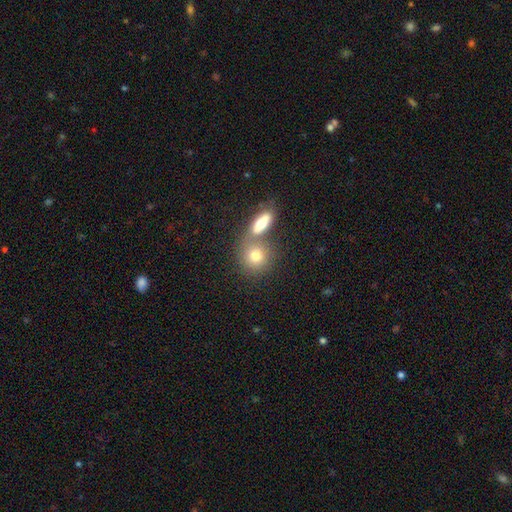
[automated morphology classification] This appears to be a smooth galaxy with no disk features (77%) that is round (76%). Merging: none (52%).